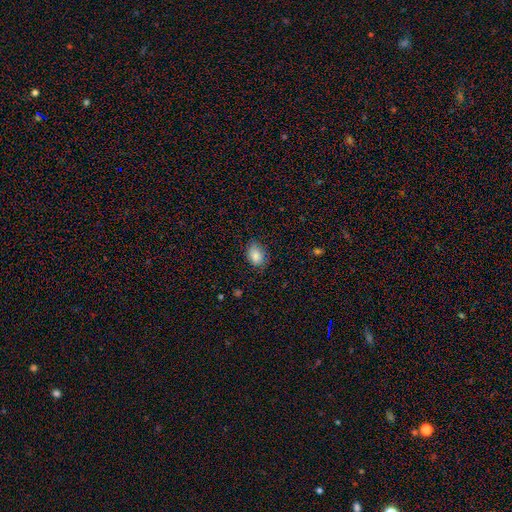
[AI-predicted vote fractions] Smooth or featured?
  - smooth: 86% *
  - star or artifact: 8%
  - featured or disk: 6%
How rounded?
  - in between: 80% *
  - round: 19%
  - cigar-shaped: 1%
Merging?
  - none: 79% *
  - minor disturbance: 17%
  - major disturbance: 4%
  - merger: 1%